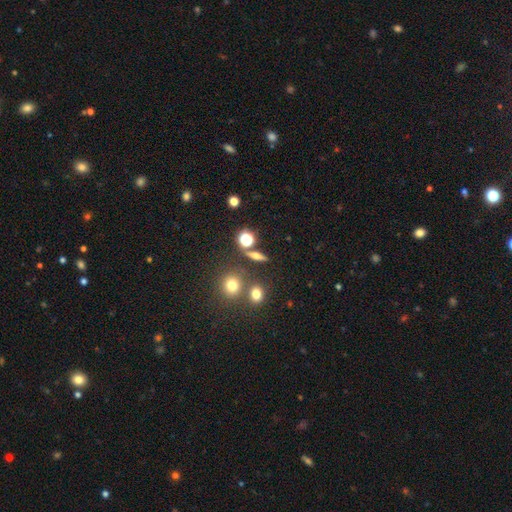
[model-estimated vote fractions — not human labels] This appears to be a smooth galaxy with no disk features (52%) that is cigar-shaped (39%). Merging: none (78%).